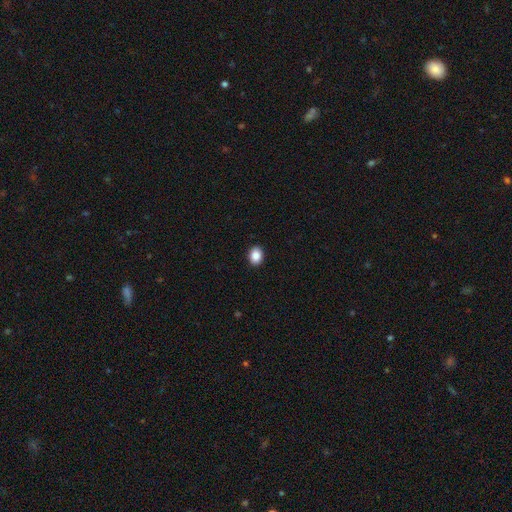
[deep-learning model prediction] Smooth or featured? Predicted: smooth (p=0.88). How rounded? Predicted: in between (p=0.59). Merging? Predicted: none (p=0.91).